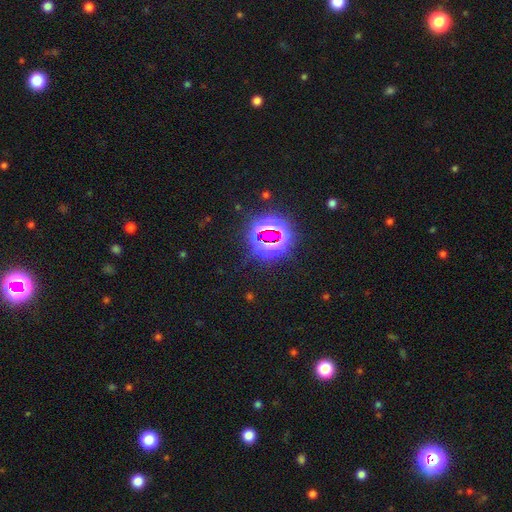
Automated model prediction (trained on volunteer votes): smooth-or-featured: star or artifact: 79% | smooth: 13% | featured or disk: 8%